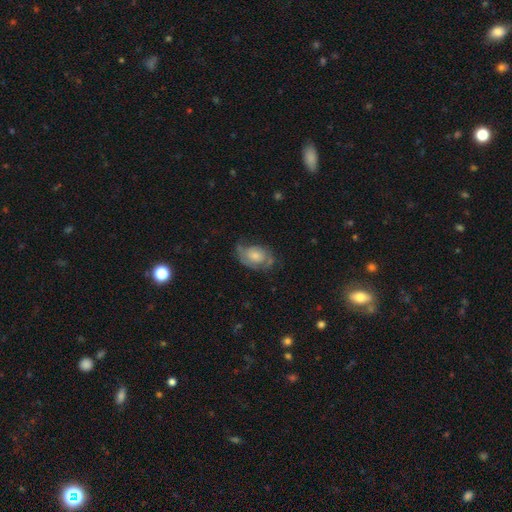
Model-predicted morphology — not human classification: featured or disk 66%, smooth 25%, star or artifact 9%. Down the decision tree: edge-on disk — no (96%); bar — no (73%); spiral arms — yes (85%); spiral arm count — 2 (62%); spiral winding — tight (41%); bulge size — moderate (46%); merging — none (60%).